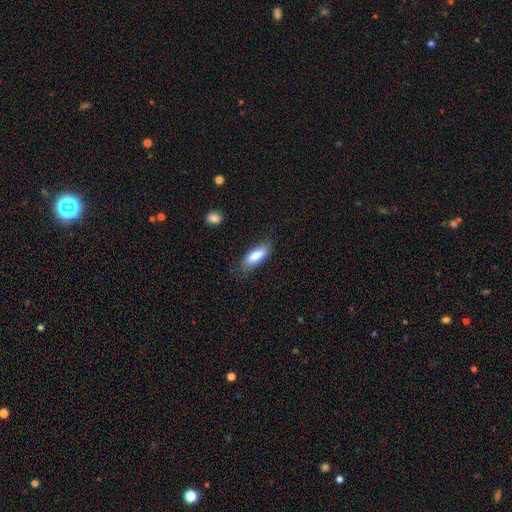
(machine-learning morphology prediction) Overall: smooth (80%). How rounded: in between (75%). Merging: none (76%).